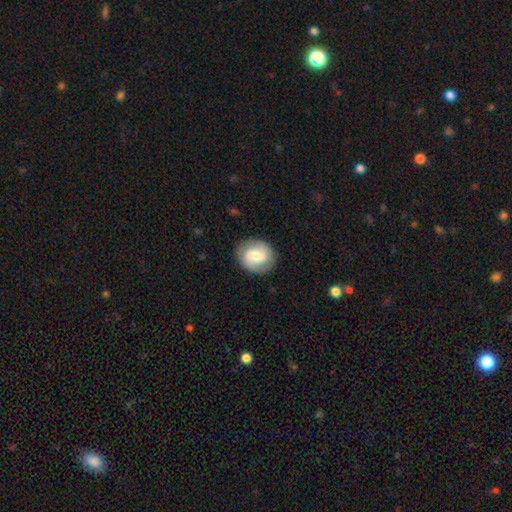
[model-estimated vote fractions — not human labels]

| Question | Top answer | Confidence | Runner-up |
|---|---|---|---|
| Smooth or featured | smooth | 52% | featured or disk (41%) |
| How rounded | round | 65% | in between (34%) |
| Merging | none | 84% | minor disturbance (11%) |